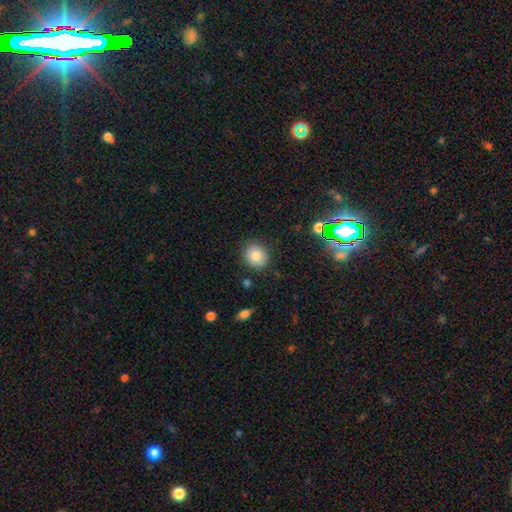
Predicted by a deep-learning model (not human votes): A smooth galaxy with no disk features (81%) that is round (82%).

Vote fractions:
- Smooth or featured? smooth: 81% / star or artifact: 10% / featured or disk: 9%
- How rounded? round: 82% / in between: 17% / cigar-shaped: 1%
- Merging? none: 86% / minor disturbance: 10% / major disturbance: 2% / merger: 2%